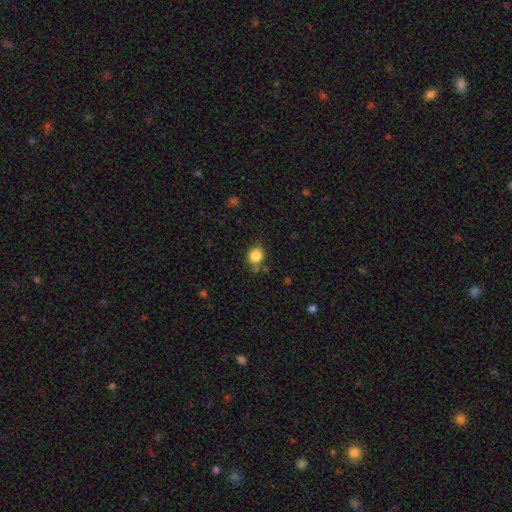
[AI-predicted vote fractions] Q: Smooth or featured?
A: smooth (84%); runner-up: star or artifact (11%)
Q: How rounded?
A: round (80%); runner-up: in between (19%)
Q: Merging?
A: none (75%); runner-up: minor disturbance (13%)